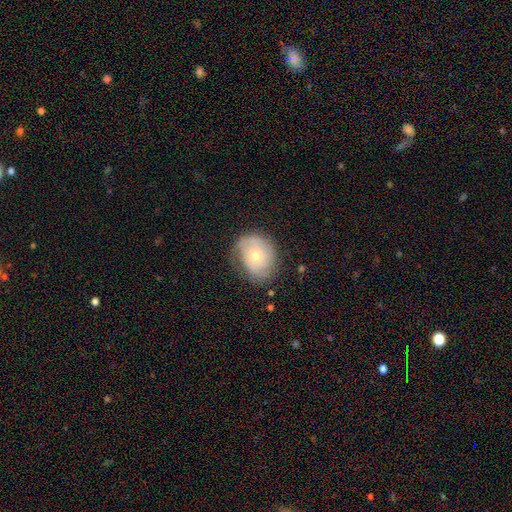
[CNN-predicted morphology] featured or disk 49%, smooth 43%, star or artifact 8%. Down the decision tree: merging — none (64%).